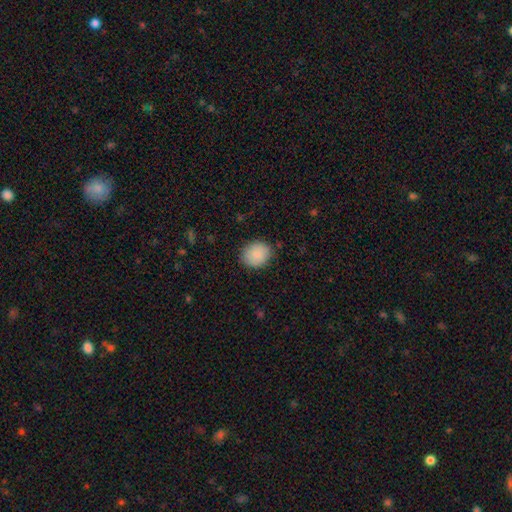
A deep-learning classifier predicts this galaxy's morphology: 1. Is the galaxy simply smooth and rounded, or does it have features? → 87% smooth, 7% star or artifact, 6% featured or disk.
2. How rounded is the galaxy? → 66% round, 33% in between, 1% cigar-shaped.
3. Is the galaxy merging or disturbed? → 84% none, 12% minor disturbance, 3% major disturbance, 1% merger.